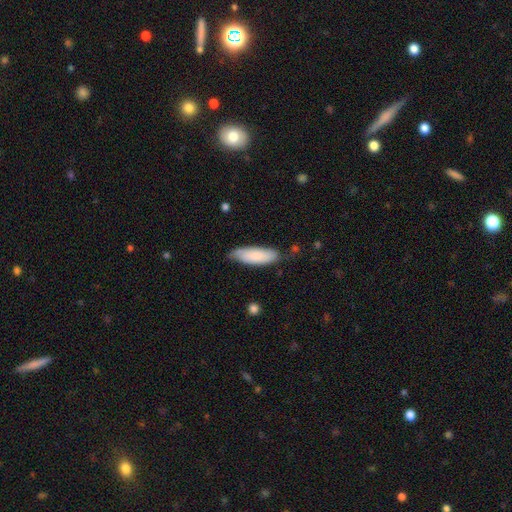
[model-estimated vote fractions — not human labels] Smooth or featured? Predicted: smooth (p=0.81). How rounded? Predicted: in between (p=0.56). Merging? Predicted: none (p=0.70).